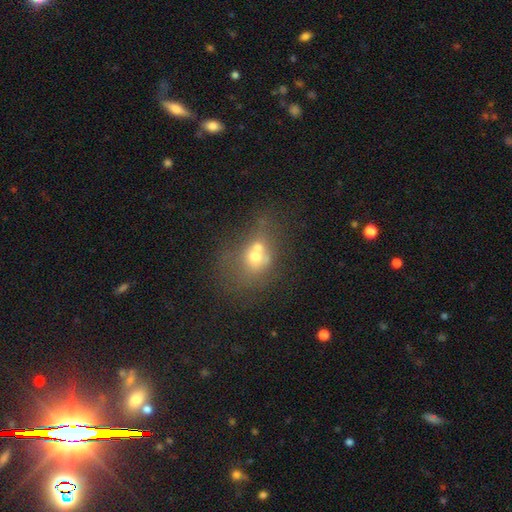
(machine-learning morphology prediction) smooth_or_featured: smooth (p=0.55) [alt: featured or disk p=0.31]
how_rounded: round (p=0.56) [alt: in between p=0.42]
merging: merger (p=0.57) [alt: none p=0.25]